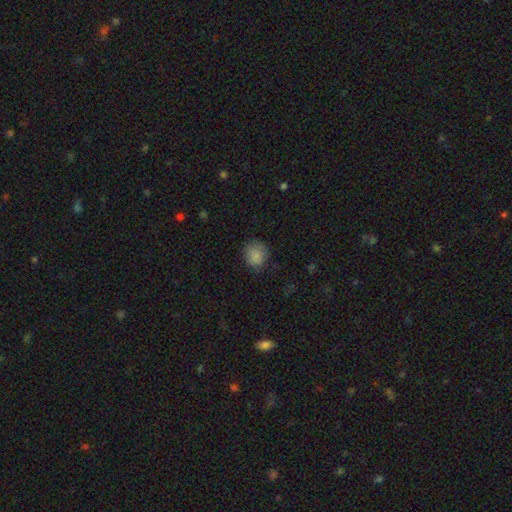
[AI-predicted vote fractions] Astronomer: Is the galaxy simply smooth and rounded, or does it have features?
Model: smooth — 86%.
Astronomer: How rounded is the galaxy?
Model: round — 82%.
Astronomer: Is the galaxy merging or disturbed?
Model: none — 78%.